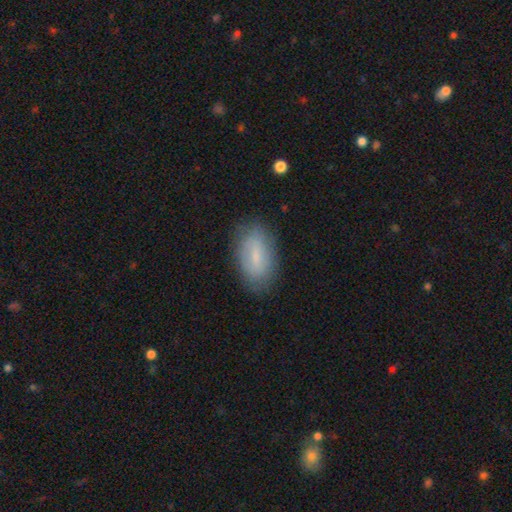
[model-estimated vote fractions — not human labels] Morphology: type=smooth (62%); roundness=in between (91%); merging=none (82%).